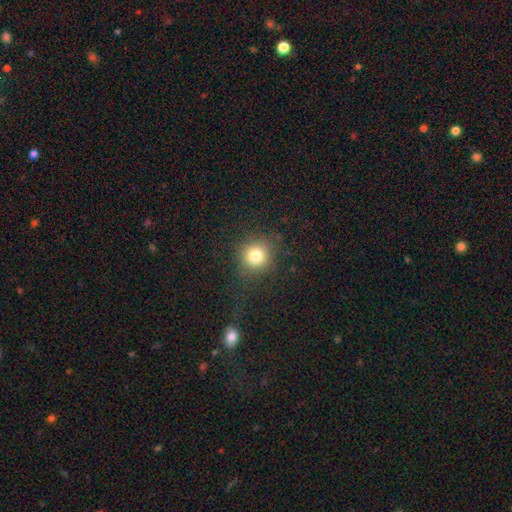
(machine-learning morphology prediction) Q: Smooth or featured?
A: smooth (79%); runner-up: star or artifact (14%)
Q: How rounded?
A: round (90%); runner-up: in between (9%)
Q: Merging?
A: none (82%); runner-up: minor disturbance (10%)